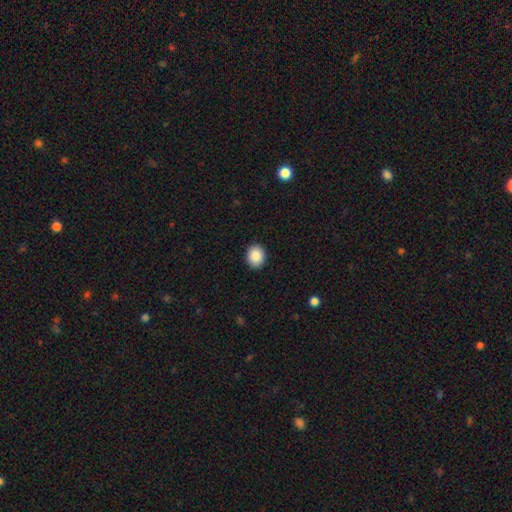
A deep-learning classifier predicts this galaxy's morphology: The model was most divided on "how rounded": round: 63%, in between: 36%, cigar-shaped: 1%. More confident: merging — none (91%); smooth or featured — smooth (88%).